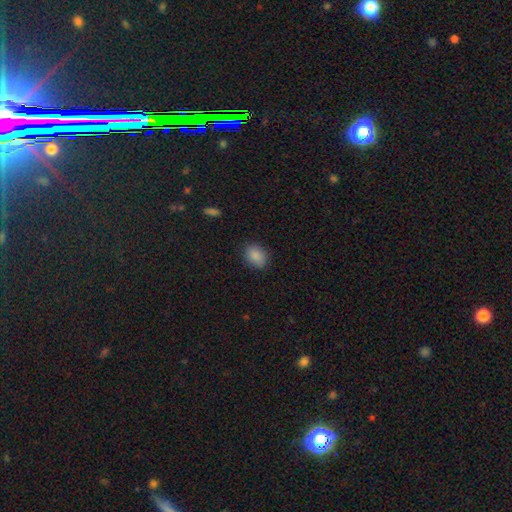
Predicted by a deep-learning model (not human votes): Overall: smooth (88%). How rounded: in between (66%; round 33%). Merging: none (85%).